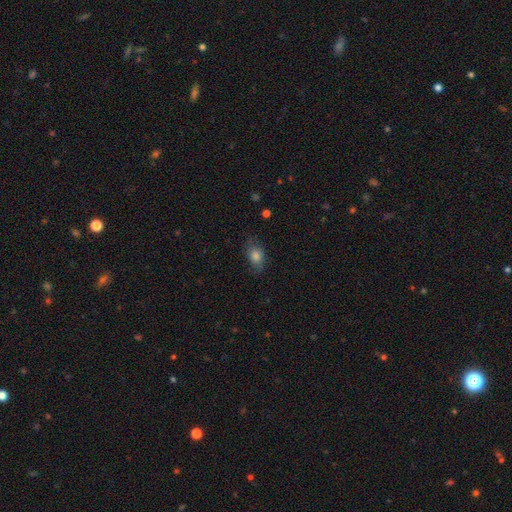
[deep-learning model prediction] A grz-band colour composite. It shows a smooth galaxy with no disk features (76%) that is in between round and cigar-shaped (67%). Merging: none (68%).